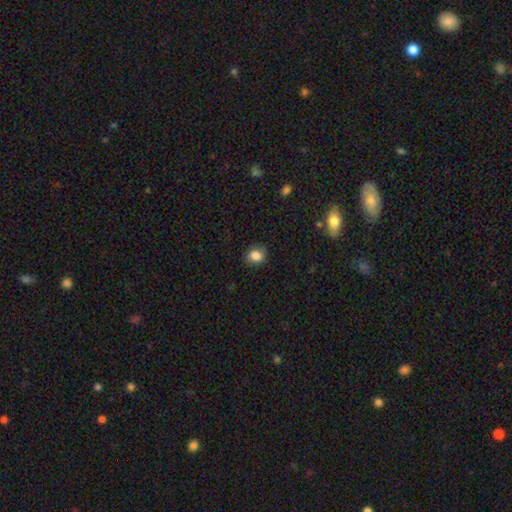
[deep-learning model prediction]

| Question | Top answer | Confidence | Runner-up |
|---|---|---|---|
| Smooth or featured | smooth | 84% | star or artifact (10%) |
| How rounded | round | 65% | in between (34%) |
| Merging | none | 86% | minor disturbance (11%) |